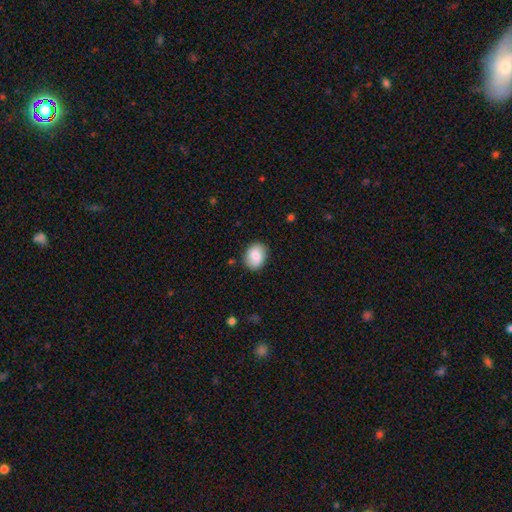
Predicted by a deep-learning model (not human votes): This appears to be a smooth galaxy with no disk features (82%) that is in between round and cigar-shaped (52%). Merging: none (84%).